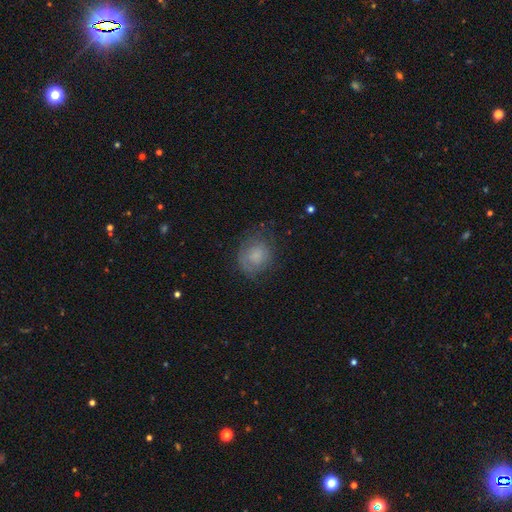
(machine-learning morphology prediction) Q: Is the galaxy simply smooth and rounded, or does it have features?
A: smooth — 62%.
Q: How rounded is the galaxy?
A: round — 74%.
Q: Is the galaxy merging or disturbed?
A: none — 65%.